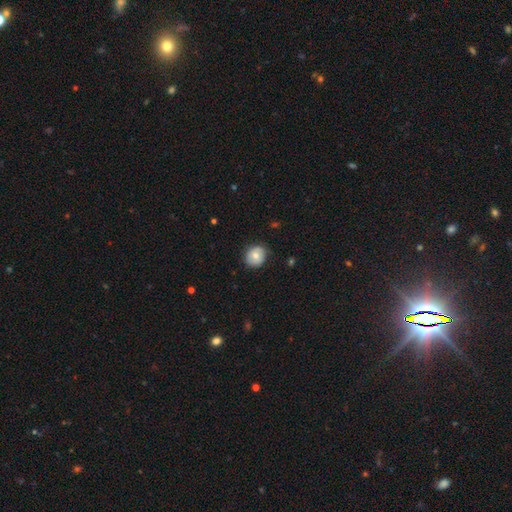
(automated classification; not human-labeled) Smooth or featured: smooth — 65% (featured or disk — 27%)
How rounded: round — 81% (in between — 18%)
Merging: none — 77% (minor disturbance — 18%)